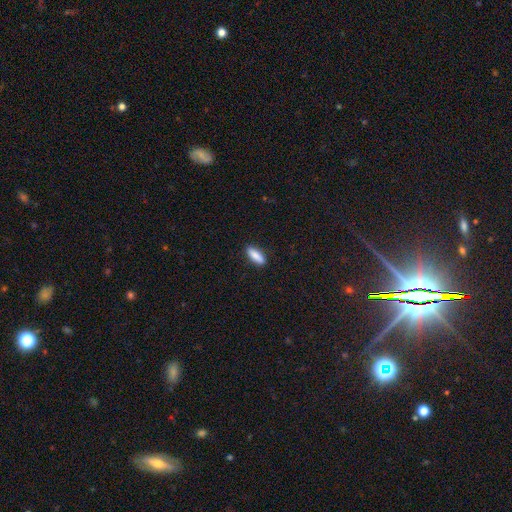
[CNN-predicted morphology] smooth 85%, featured or disk 9%, star or artifact 6%. Down the decision tree: how rounded — in between (55%); merging — none (88%).